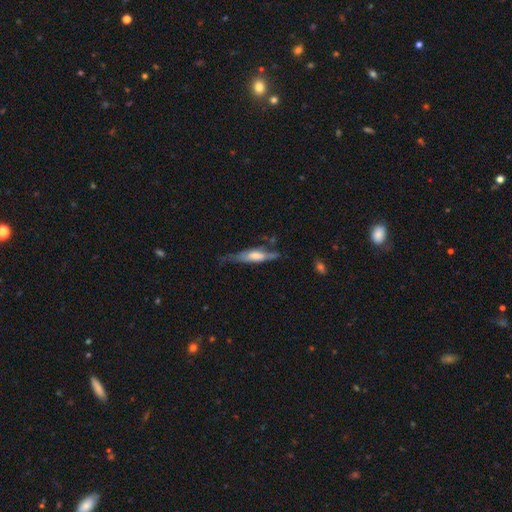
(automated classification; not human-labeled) A featured or disk galaxy (51%) viewed edge-on (74%).

Vote fractions:
- Smooth or featured? featured or disk: 51% / smooth: 43% / star or artifact: 6%
- Edge-on disk? yes: 74% / no: 26%
- Merging? none: 48% / minor disturbance: 32% / major disturbance: 16% / merger: 4%